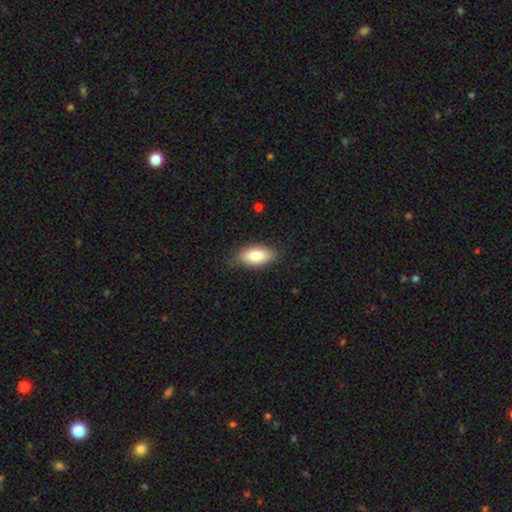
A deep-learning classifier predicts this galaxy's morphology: smooth_or_featured: smooth (p=0.82) [alt: featured or disk p=0.12]
how_rounded: in between (p=0.91) [alt: cigar-shaped p=0.06]
merging: none (p=0.79) [alt: minor disturbance p=0.17]